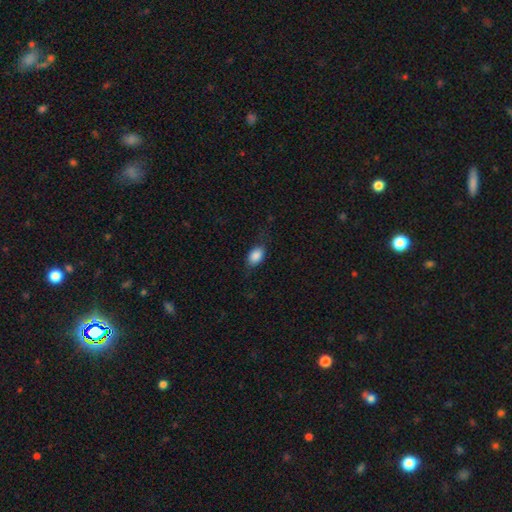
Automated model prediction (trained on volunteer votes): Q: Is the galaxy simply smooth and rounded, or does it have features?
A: smooth — 86%.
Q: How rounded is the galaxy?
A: in between — 84%.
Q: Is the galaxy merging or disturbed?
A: none — 74%.